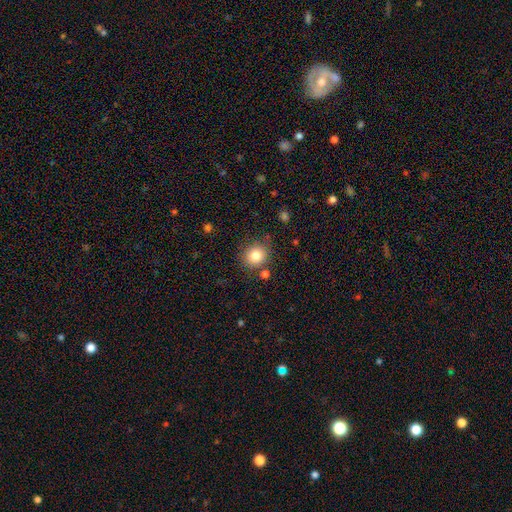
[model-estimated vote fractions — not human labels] A smooth galaxy with no disk features (81%) that is round (83%). Merging: none (81%).